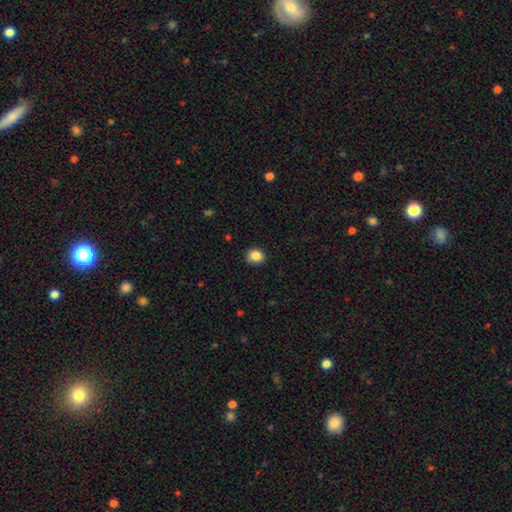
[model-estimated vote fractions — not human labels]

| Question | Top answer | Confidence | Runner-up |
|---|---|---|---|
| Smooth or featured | smooth | 86% | star or artifact (10%) |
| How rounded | round | 74% | in between (25%) |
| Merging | none | 88% | minor disturbance (9%) |